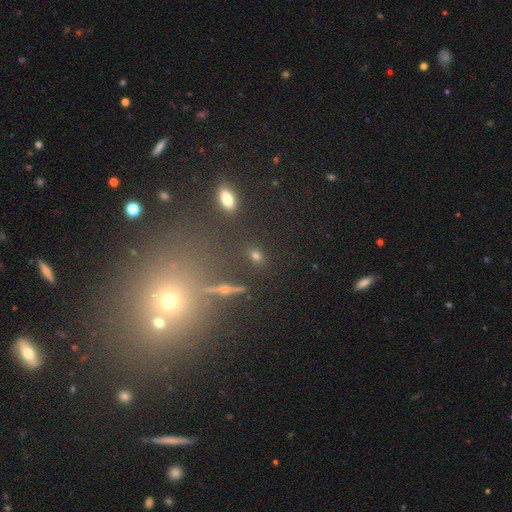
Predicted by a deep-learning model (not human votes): smooth 56%, star or artifact 26%, featured or disk 17%. Down the decision tree: how rounded — in between (57%); merging — none (83%).